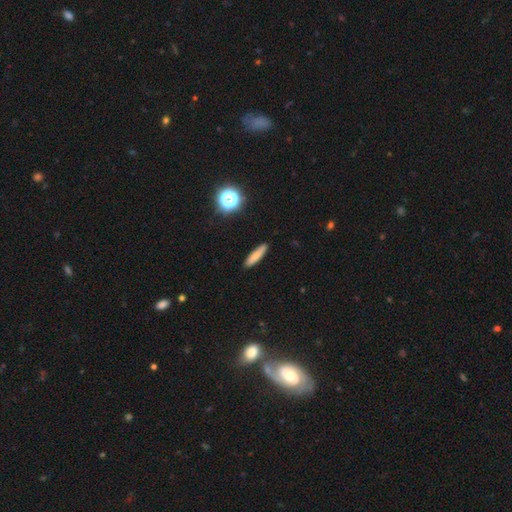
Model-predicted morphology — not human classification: smooth 79%, featured or disk 12%, star or artifact 10%. Down the decision tree: how rounded — cigar-shaped (81%); merging — none (90%).